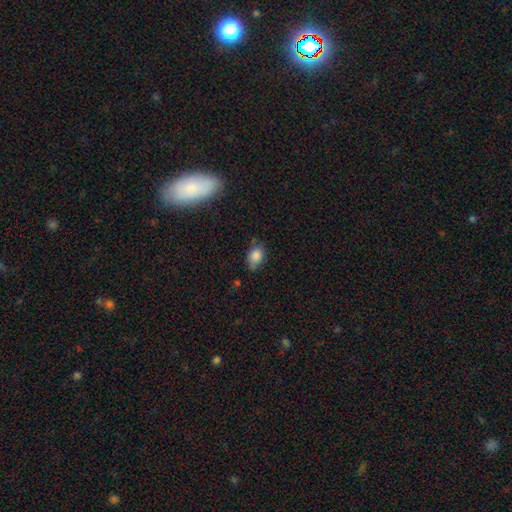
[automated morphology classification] A smooth galaxy with no disk features (83%) that is in between round and cigar-shaped (80%).

Vote fractions:
- Smooth or featured? smooth: 83% / star or artifact: 9% / featured or disk: 8%
- How rounded? in between: 80% / round: 19% / cigar-shaped: 2%
- Merging? none: 64% / minor disturbance: 28% / major disturbance: 6% / merger: 3%